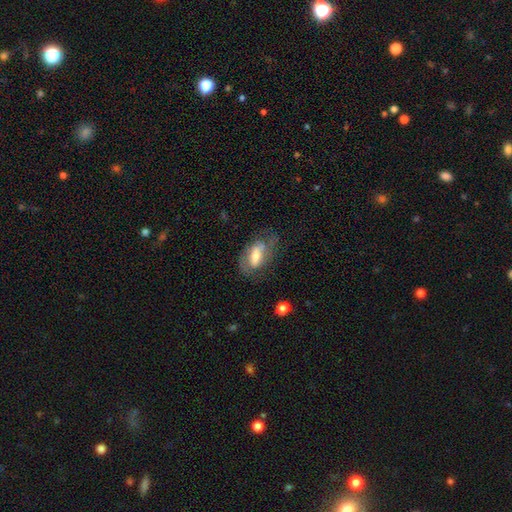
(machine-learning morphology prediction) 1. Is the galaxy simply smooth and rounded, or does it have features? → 54% featured or disk, 39% smooth, 7% star or artifact.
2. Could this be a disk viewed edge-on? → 89% no, 11% yes.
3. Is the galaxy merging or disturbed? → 53% none, 25% minor disturbance, 19% major disturbance, 3% merger.